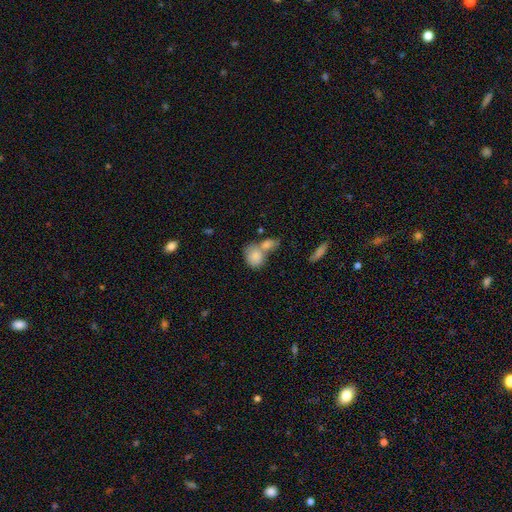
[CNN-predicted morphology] Smooth or featured: smooth — 83% (featured or disk — 10%)
How rounded: in between — 62% (round — 37%)
Merging: merger — 58% (none — 27%)